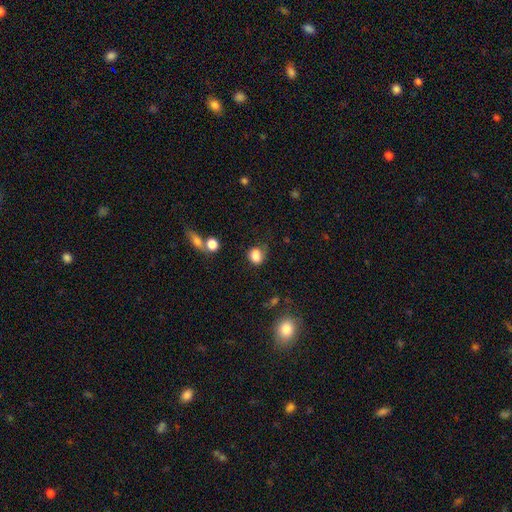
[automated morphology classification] smooth 83%, star or artifact 10%, featured or disk 6%. Down the decision tree: how rounded — round (58%); merging — none (57%).